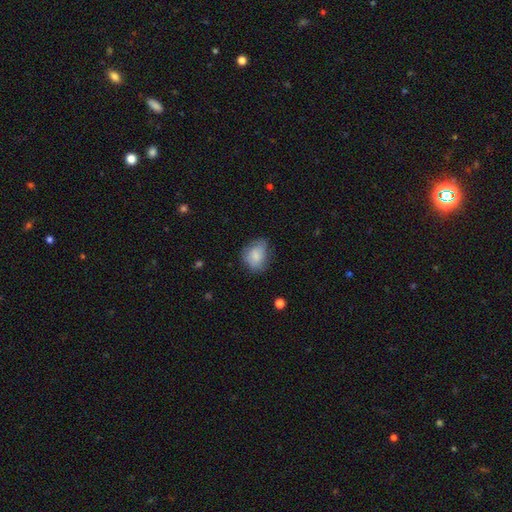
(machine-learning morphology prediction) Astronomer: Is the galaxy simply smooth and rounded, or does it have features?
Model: smooth — 76%.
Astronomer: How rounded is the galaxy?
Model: in between — 60% (runner-up: round, 39%).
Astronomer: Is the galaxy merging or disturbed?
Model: none — 54% (runner-up: minor disturbance, 33%).